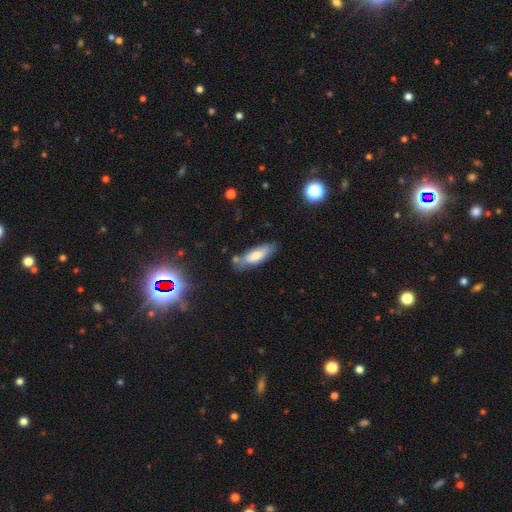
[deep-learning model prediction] The model was most divided on "how rounded": in between: 62%, cigar-shaped: 36%, round: 2%. More confident: smooth or featured — smooth (75%); merging — none (68%).